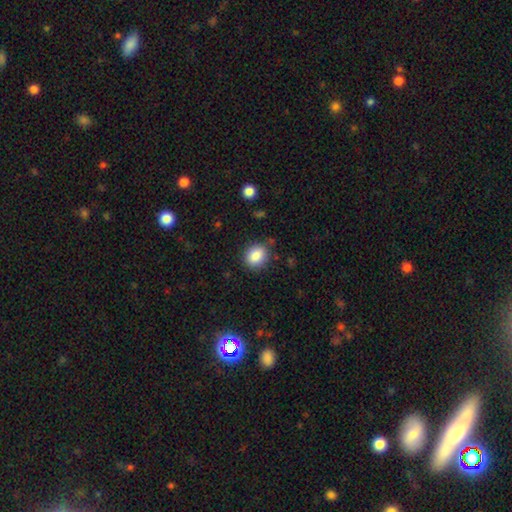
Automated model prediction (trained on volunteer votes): smooth 86%, star or artifact 9%, featured or disk 5%. Down the decision tree: how rounded — round (52%); merging — none (84%).